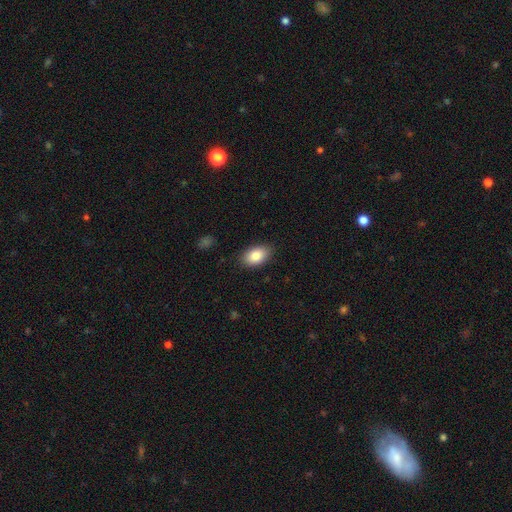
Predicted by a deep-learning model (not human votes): Morphology: type=smooth (84%); roundness=in between (91%); merging=none (86%).